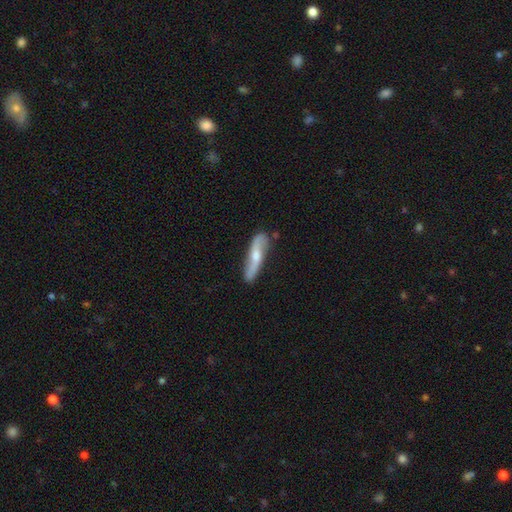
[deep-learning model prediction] Smooth or featured?
  - featured or disk: 59% *
  - smooth: 36%
  - star or artifact: 5%
Edge-on disk?
  - no: 65% *
  - yes: 35%
Merging?
  - none: 74% *
  - minor disturbance: 19%
  - major disturbance: 4%
  - merger: 3%